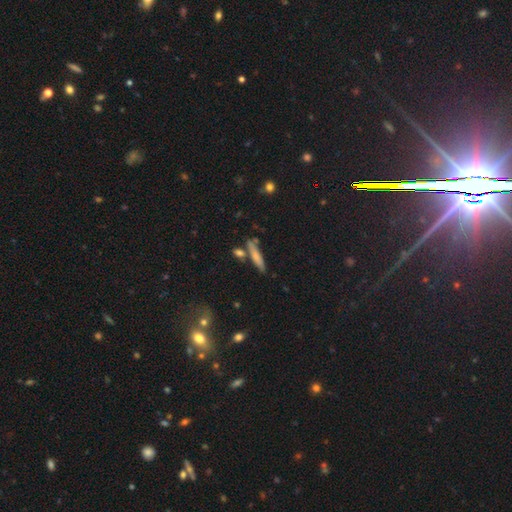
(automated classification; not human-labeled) Q: Smooth or featured?
A: smooth (68%); runner-up: featured or disk (24%)
Q: How rounded?
A: cigar-shaped (84%); runner-up: in between (14%)
Q: Merging?
A: none (68%); runner-up: minor disturbance (15%)